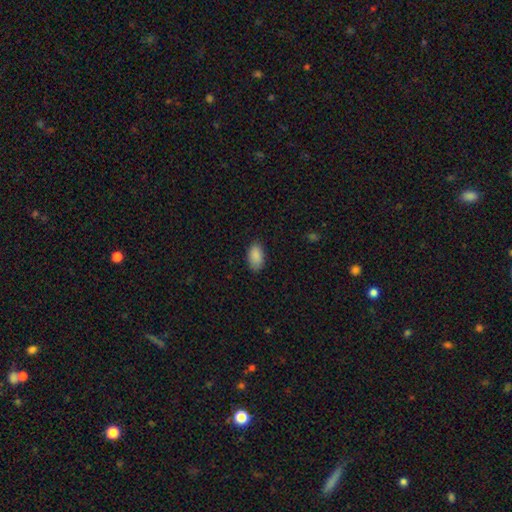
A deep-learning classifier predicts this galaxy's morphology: This appears to be a smooth galaxy with no disk features (89%) that is in between round and cigar-shaped (94%). Merging: none (84%).